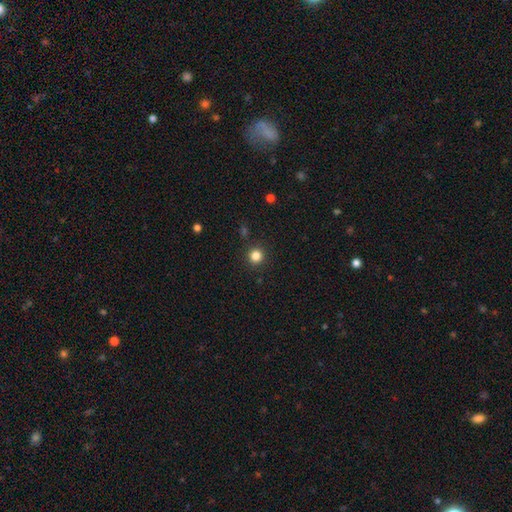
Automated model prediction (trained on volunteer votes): The model was most divided on "smooth or featured": smooth: 83%, star or artifact: 13%, featured or disk: 4%. More confident: how rounded — round (94%); merging — none (91%).